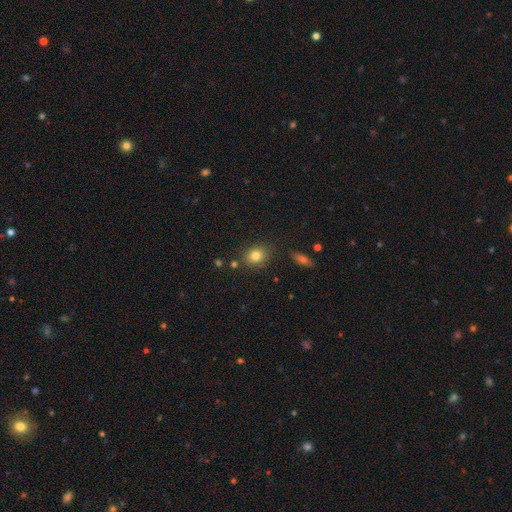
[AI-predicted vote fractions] Smooth or featured: smooth — 81% (star or artifact — 11%)
How rounded: round — 59% (in between — 39%)
Merging: none — 81% (minor disturbance — 11%)